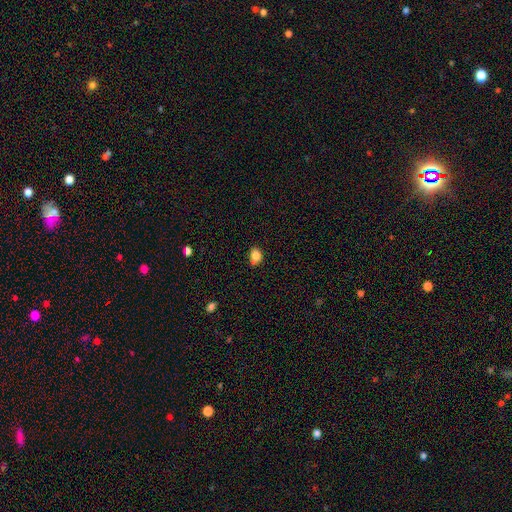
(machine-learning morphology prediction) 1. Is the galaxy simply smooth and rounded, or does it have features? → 84% smooth, 11% star or artifact, 6% featured or disk.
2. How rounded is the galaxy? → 58% in between, 40% round, 1% cigar-shaped.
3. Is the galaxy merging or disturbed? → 61% none, 28% minor disturbance, 6% merger, 5% major disturbance.